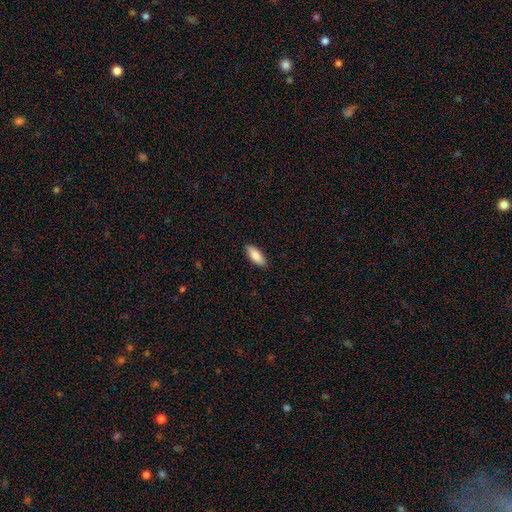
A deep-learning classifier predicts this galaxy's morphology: Smooth or featured: smooth — 87% (featured or disk — 7%)
How rounded: in between — 80% (cigar-shaped — 18%)
Merging: none — 88% (minor disturbance — 9%)